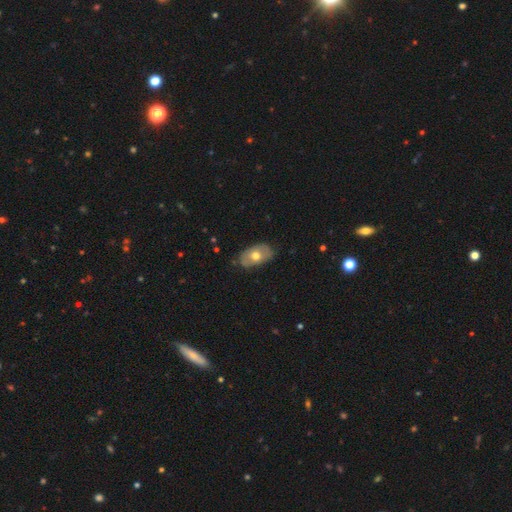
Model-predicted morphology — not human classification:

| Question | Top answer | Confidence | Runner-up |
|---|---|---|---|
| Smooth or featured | smooth | 59% | featured or disk (35%) |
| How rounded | in between | 91% | round (8%) |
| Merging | none | 78% | minor disturbance (18%) |